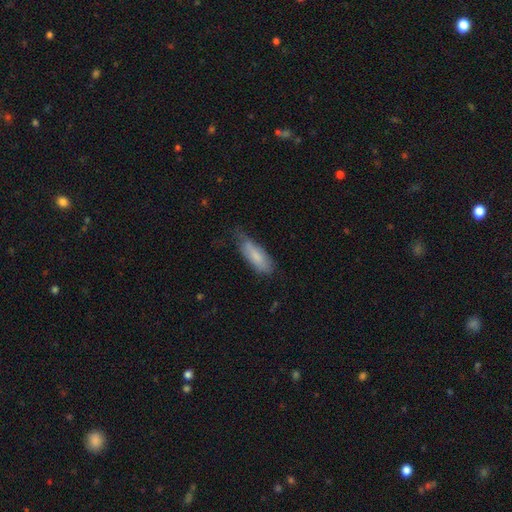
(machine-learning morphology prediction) This appears to be a smooth galaxy with no disk features (76%) that is in between round and cigar-shaped (65%). Merging: minor disturbance (43%).